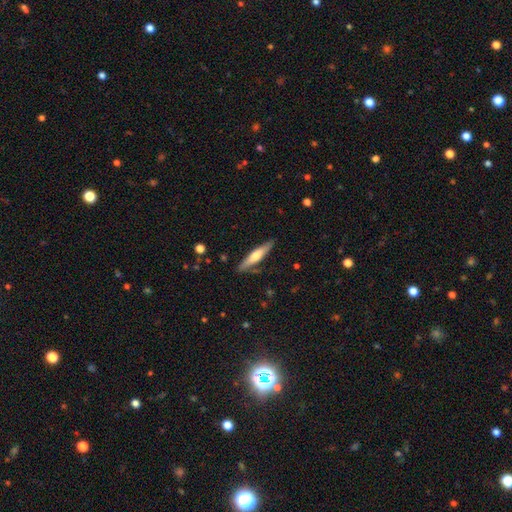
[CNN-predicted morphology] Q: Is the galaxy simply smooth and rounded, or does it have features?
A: smooth — 51%.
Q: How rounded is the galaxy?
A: cigar-shaped — 84%.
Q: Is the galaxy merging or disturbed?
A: none — 83%.